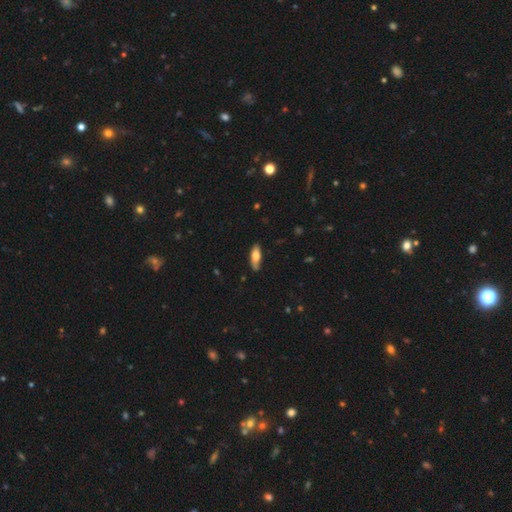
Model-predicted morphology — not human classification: Smooth or featured: smooth — 68% (featured or disk — 26%)
How rounded: in between — 63% (cigar-shaped — 35%)
Merging: none — 78% (minor disturbance — 18%)